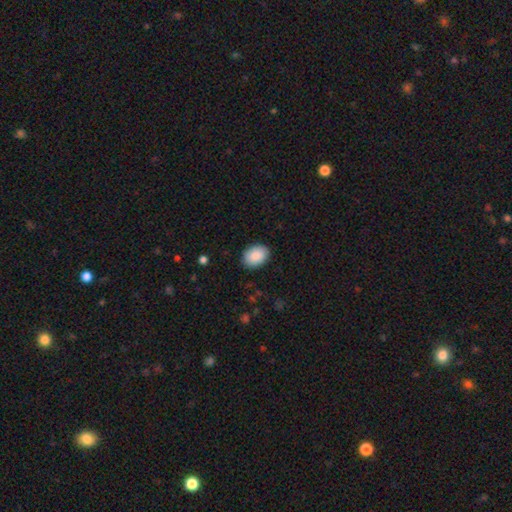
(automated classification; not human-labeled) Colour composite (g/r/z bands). It shows a smooth galaxy with no disk features (90%) that is in between round and cigar-shaped (77%). Merging: none (89%).